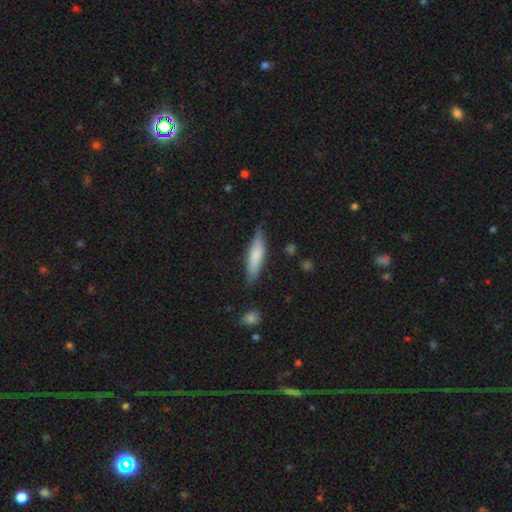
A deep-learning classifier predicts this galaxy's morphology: smooth-or-featured: smooth: 69% | featured or disk: 25% | star or artifact: 6%
  how-rounded: cigar-shaped: 71% | in between: 28% | round: 2%
  merging: none: 78% | minor disturbance: 17% | major disturbance: 3% | merger: 2%